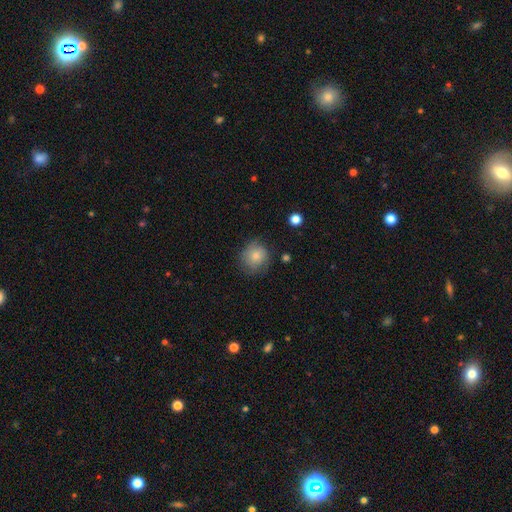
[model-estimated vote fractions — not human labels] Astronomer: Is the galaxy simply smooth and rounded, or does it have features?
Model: smooth — 81%.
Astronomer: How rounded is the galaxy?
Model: round — 86%.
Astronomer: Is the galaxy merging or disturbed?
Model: none — 71%.